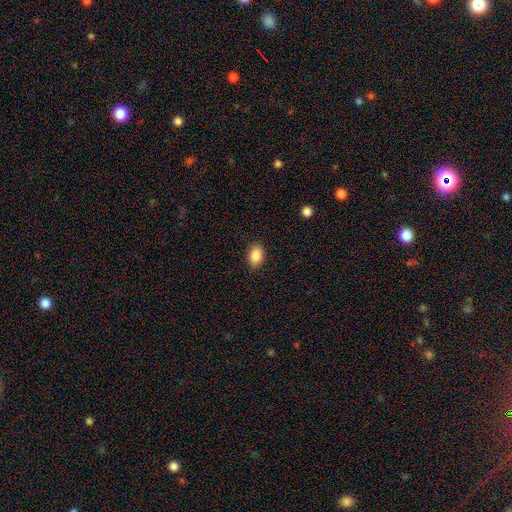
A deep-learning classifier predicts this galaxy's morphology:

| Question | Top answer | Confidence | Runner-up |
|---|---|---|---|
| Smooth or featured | smooth | 88% | star or artifact (8%) |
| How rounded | in between | 87% | round (11%) |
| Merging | none | 87% | minor disturbance (9%) |